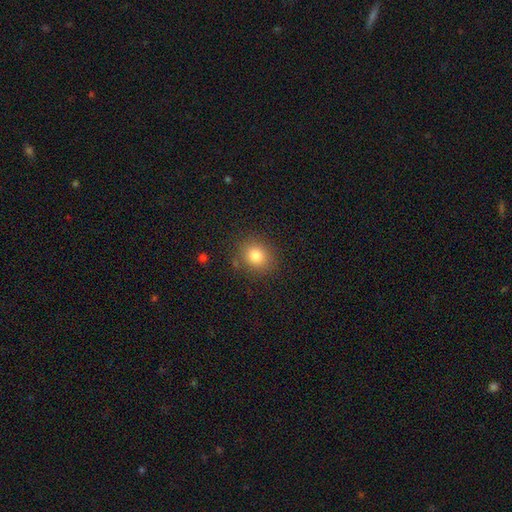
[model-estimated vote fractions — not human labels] smooth_or_featured: smooth (p=0.82) [alt: star or artifact p=0.11]
how_rounded: round (p=0.78) [alt: in between p=0.21]
merging: none (p=0.85) [alt: minor disturbance p=0.10]